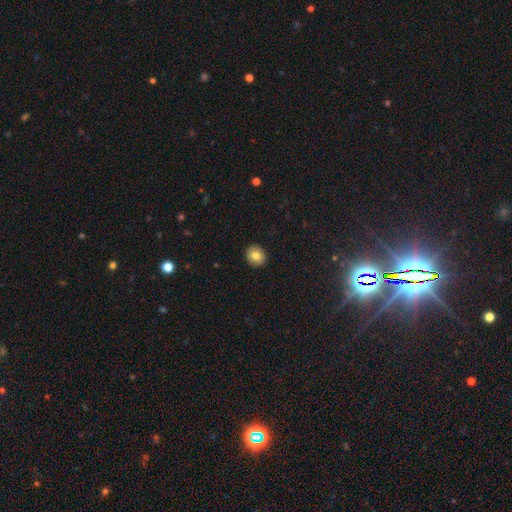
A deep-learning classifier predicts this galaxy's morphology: type=smooth (79%); roundness=round (79%); merging=none (91%).